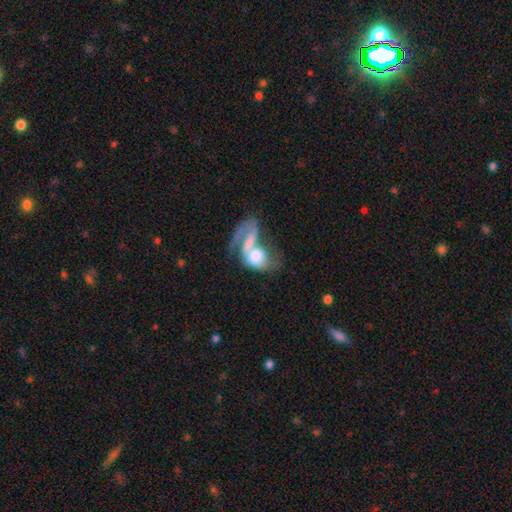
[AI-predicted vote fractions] A smooth galaxy with no disk features (49%).

Vote fractions:
- Smooth or featured? smooth: 49% / featured or disk: 44% / star or artifact: 7%
- Merging? merger: 58% / major disturbance: 24% / none: 11% / minor disturbance: 7%